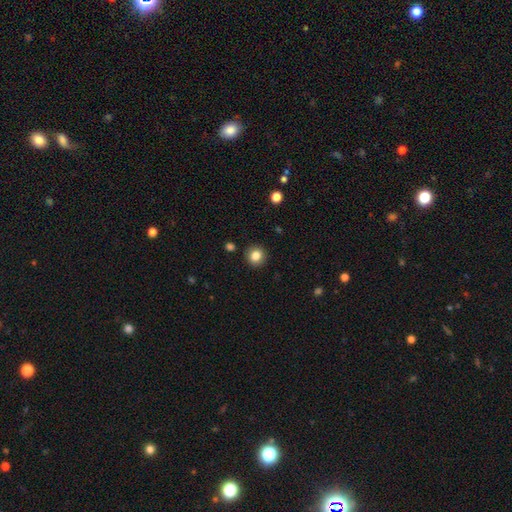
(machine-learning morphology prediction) Q: Smooth or featured?
A: smooth (83%); runner-up: star or artifact (10%)
Q: How rounded?
A: round (90%); runner-up: in between (10%)
Q: Merging?
A: none (91%); runner-up: minor disturbance (6%)